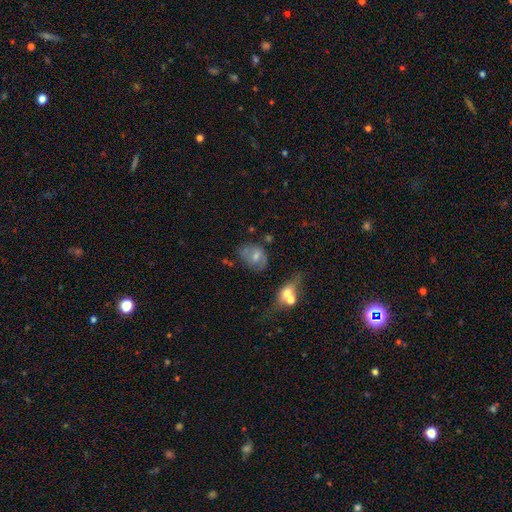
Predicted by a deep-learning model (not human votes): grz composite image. It shows a featured or disk galaxy (51%). Merging: none (56%).